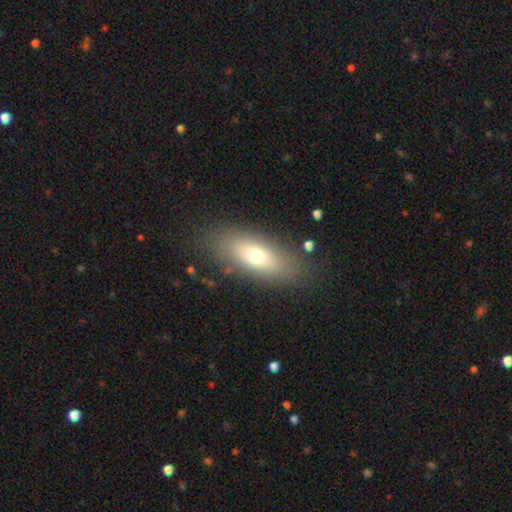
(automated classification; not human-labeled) Smooth or featured?
  - smooth: 68% *
  - featured or disk: 24%
  - star or artifact: 8%
How rounded?
  - in between: 76% *
  - cigar-shaped: 20%
  - round: 4%
Merging?
  - none: 82% *
  - minor disturbance: 12%
  - major disturbance: 5%
  - merger: 2%